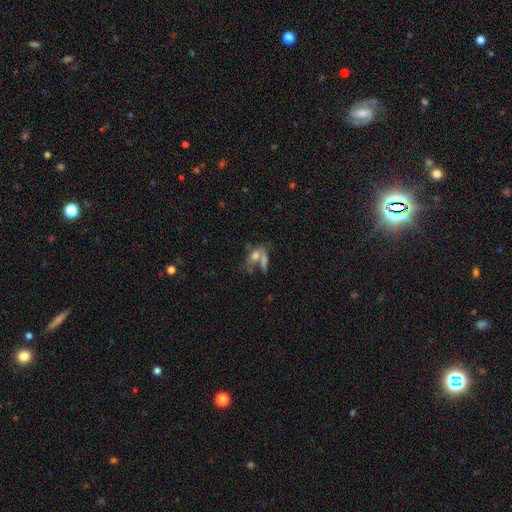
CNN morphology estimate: The model was most divided on "merging": merger: 39%, none: 35%, minor disturbance: 13%, major disturbance: 12%. More confident: how rounded — in between (65%); smooth or featured — smooth (55%).